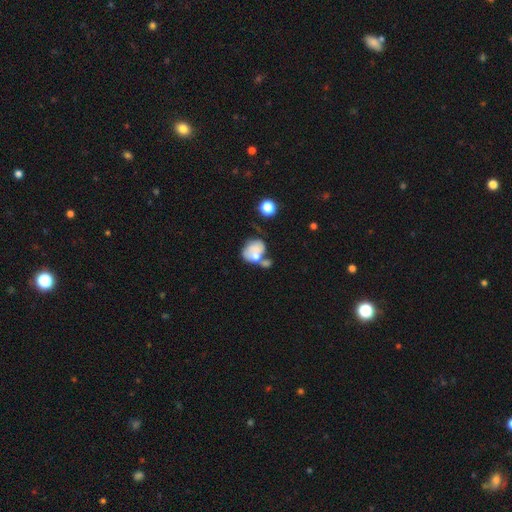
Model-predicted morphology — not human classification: This is likely a smooth galaxy (66%). How rounded: possibly in between (59%). Merging: marginally merger (45%).